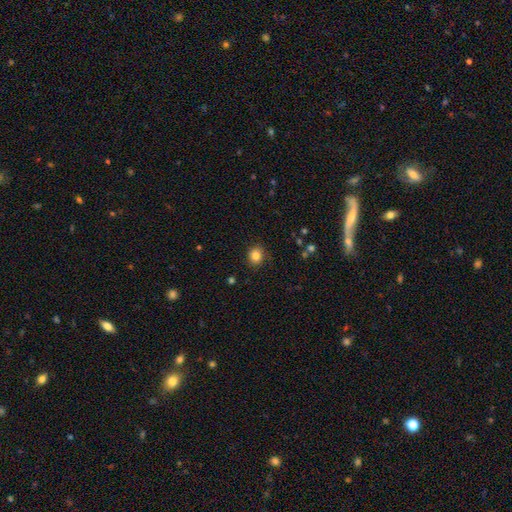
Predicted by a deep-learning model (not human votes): smooth-or-featured: smooth: 84% | star or artifact: 10% | featured or disk: 6%
  how-rounded: round: 76% | in between: 23% | cigar-shaped: 1%
  merging: none: 85% | minor disturbance: 11% | major disturbance: 3% | merger: 1%